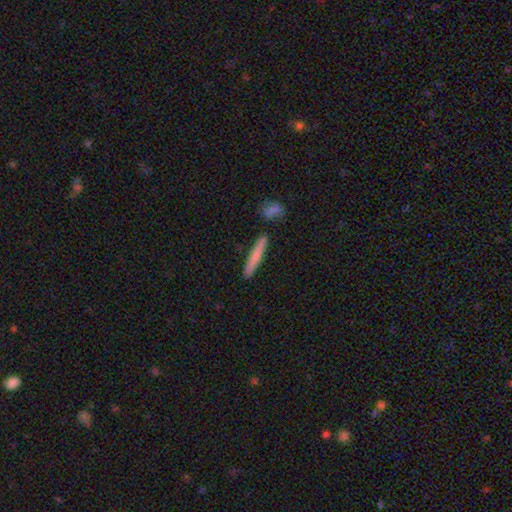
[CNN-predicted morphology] Smooth or featured? Predicted: smooth (p=0.69). How rounded? Predicted: cigar-shaped (p=0.95). Merging? Predicted: none (p=0.85).